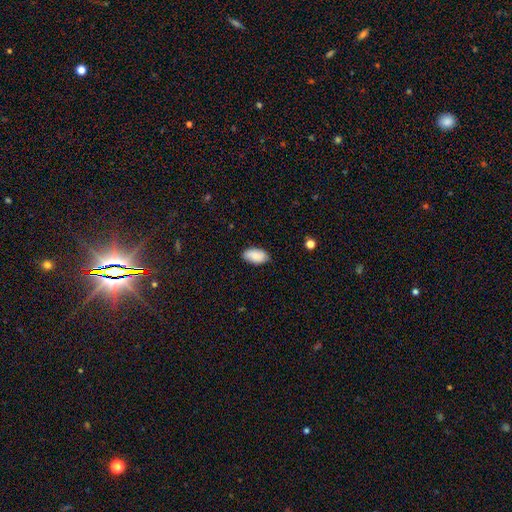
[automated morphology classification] Smooth or featured? smooth (85%)
How rounded? in between (94%)
Merging? none (81%)